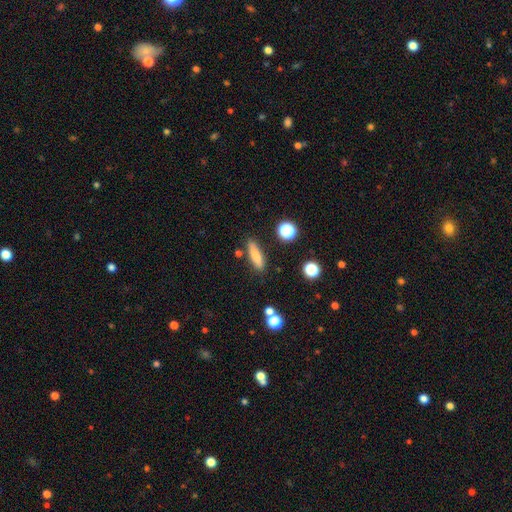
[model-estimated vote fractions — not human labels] Q: Smooth or featured?
A: smooth (76%); runner-up: featured or disk (15%)
Q: How rounded?
A: cigar-shaped (70%); runner-up: in between (26%)
Q: Merging?
A: none (82%); runner-up: minor disturbance (11%)